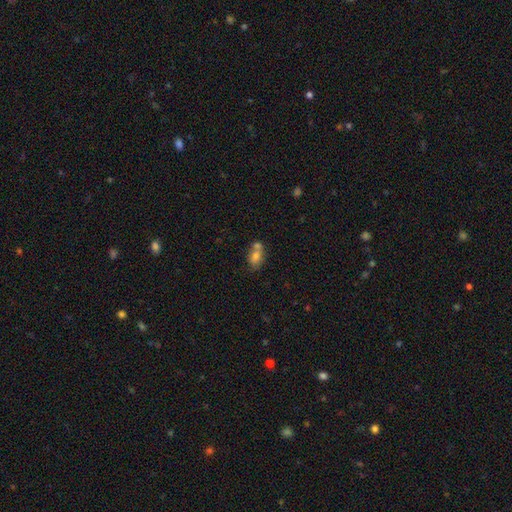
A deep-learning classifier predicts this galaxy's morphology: Q: Smooth or featured?
A: smooth (70%); runner-up: featured or disk (17%)
Q: How rounded?
A: in between (73%); runner-up: round (24%)
Q: Merging?
A: merger (47%); runner-up: none (37%)